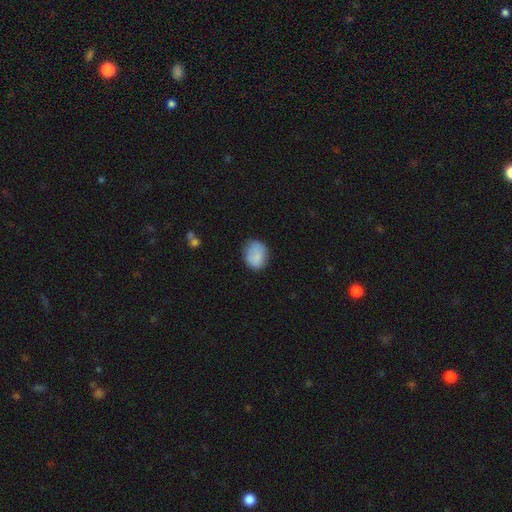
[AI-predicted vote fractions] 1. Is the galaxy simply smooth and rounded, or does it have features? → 82% smooth, 10% featured or disk, 8% star or artifact.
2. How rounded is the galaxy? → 50% in between, 49% round, 1% cigar-shaped.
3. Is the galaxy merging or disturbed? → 68% none, 23% minor disturbance, 6% major disturbance, 2% merger.